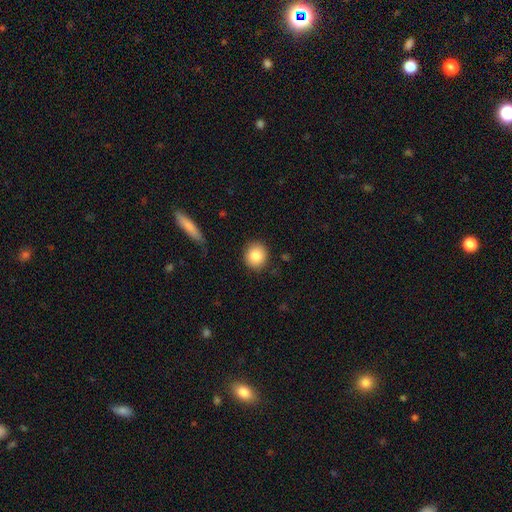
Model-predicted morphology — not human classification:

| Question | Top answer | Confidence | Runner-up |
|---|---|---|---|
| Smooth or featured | smooth | 86% | star or artifact (8%) |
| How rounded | round | 85% | in between (14%) |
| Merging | none | 87% | minor disturbance (9%) |